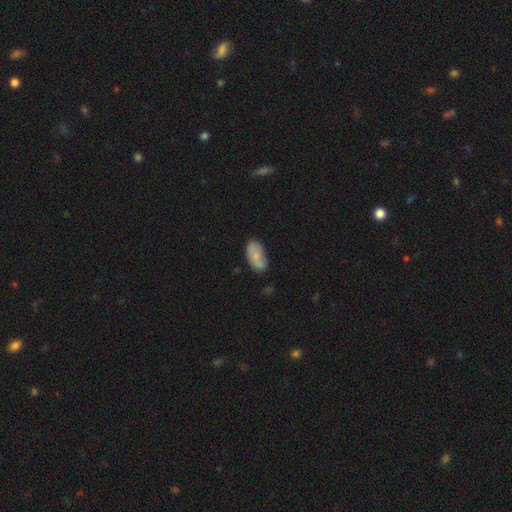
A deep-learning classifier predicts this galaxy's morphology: smooth_or_featured: smooth (p=0.76) [alt: featured or disk p=0.17]
how_rounded: in between (p=0.93) [alt: cigar-shaped p=0.04]
merging: none (p=0.72) [alt: minor disturbance p=0.21]